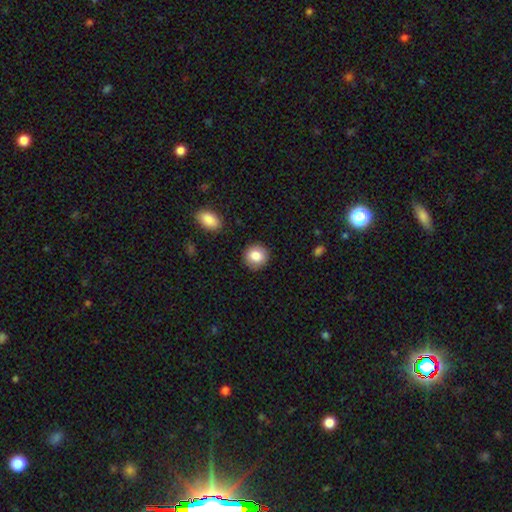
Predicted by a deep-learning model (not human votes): Smooth or featured: smooth — 85% (star or artifact — 8%)
How rounded: round — 88% (in between — 11%)
Merging: none — 89% (minor disturbance — 7%)